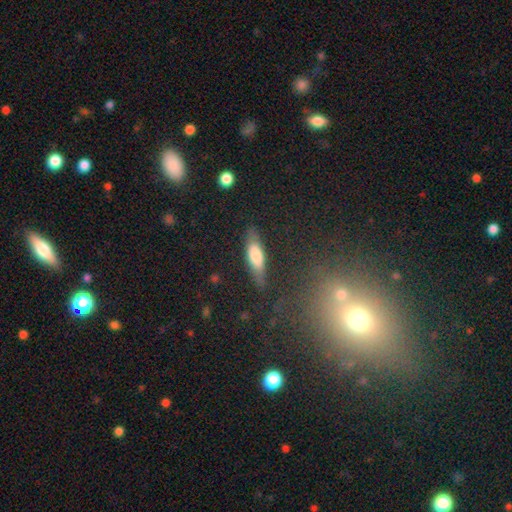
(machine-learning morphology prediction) smooth_or_featured: smooth (p=0.70) [alt: featured or disk p=0.23]
how_rounded: cigar-shaped (p=0.56) [alt: in between p=0.42]
merging: none (p=0.78) [alt: minor disturbance p=0.16]